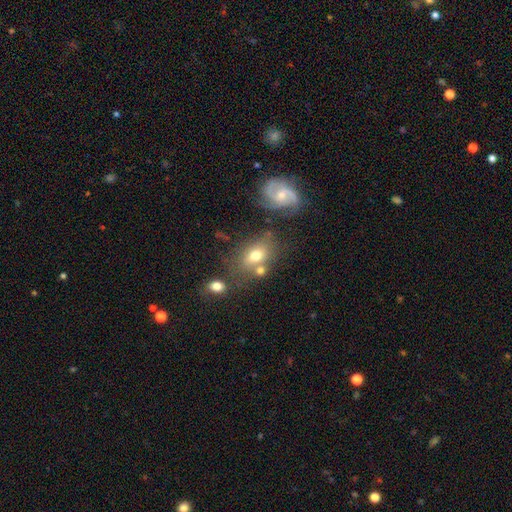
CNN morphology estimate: The model was most divided on "merging": none: 55%, merger: 19%, minor disturbance: 18%, major disturbance: 8%. More confident: how rounded — in between (74%); smooth or featured — smooth (64%).